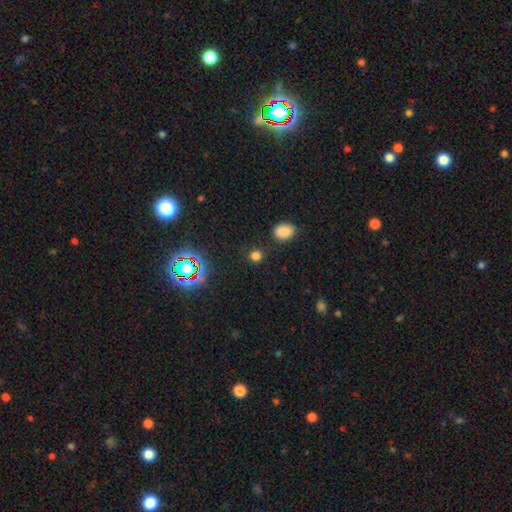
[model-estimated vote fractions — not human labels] smooth_or_featured: smooth (p=0.74) [alt: star or artifact p=0.22]
how_rounded: round (p=0.84) [alt: in between p=0.15]
merging: none (p=0.85) [alt: minor disturbance p=0.09]